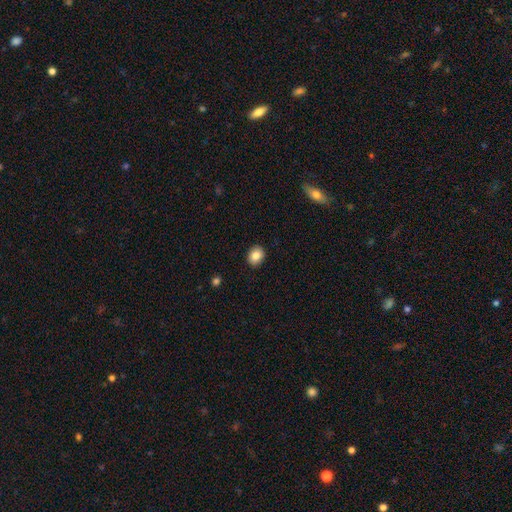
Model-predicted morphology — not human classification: Smooth or featured?
  - smooth: 85% *
  - star or artifact: 8%
  - featured or disk: 7%
How rounded?
  - in between: 50% *
  - round: 49%
  - cigar-shaped: 1%
Merging?
  - none: 91% *
  - minor disturbance: 6%
  - major disturbance: 2%
  - merger: 1%